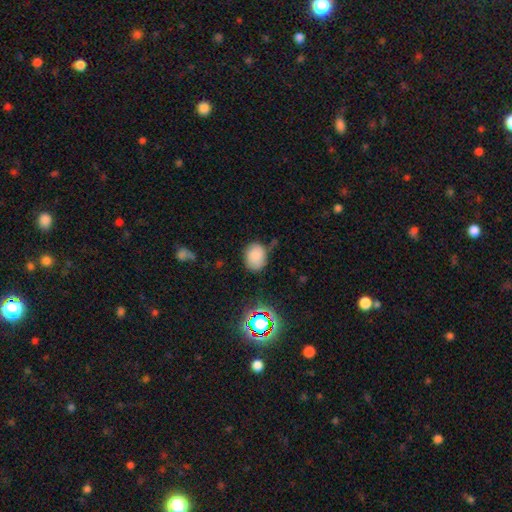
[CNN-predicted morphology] Smooth or featured? smooth (80%)
How rounded? round (54%)
Merging? none (64%)